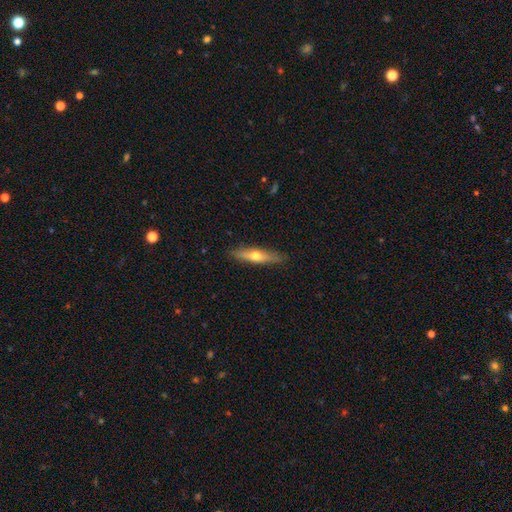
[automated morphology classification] type=featured or disk (51%); edge-on=yes (89%); merging=none (87%).